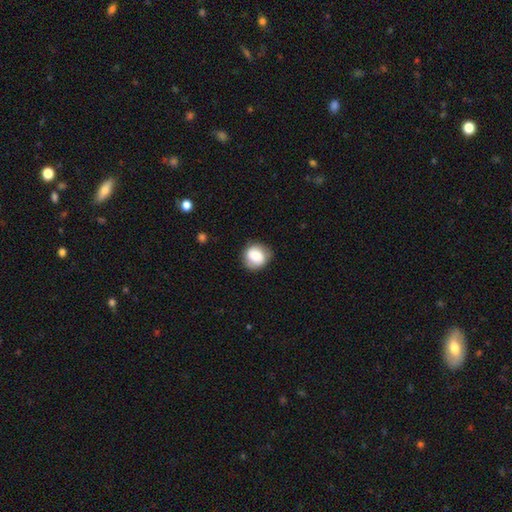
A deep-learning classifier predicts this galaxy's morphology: Q: Smooth or featured?
A: smooth (77%); runner-up: featured or disk (16%)
Q: How rounded?
A: round (84%); runner-up: in between (15%)
Q: Merging?
A: none (75%); runner-up: minor disturbance (19%)